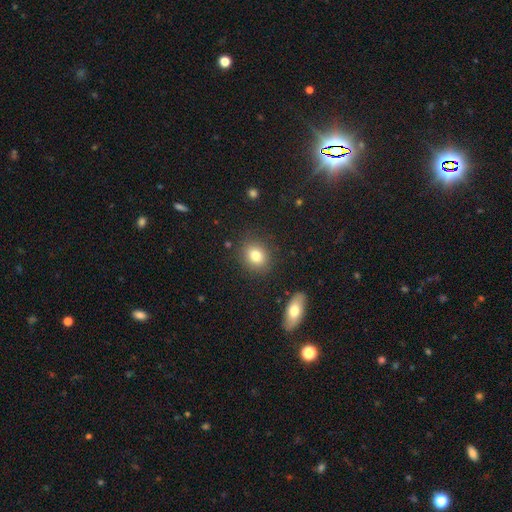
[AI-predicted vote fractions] smooth-or-featured: smooth: 82% | star or artifact: 10% | featured or disk: 8%
  how-rounded: round: 58% | in between: 41% | cigar-shaped: 1%
  merging: none: 86% | minor disturbance: 9% | major disturbance: 3% | merger: 2%